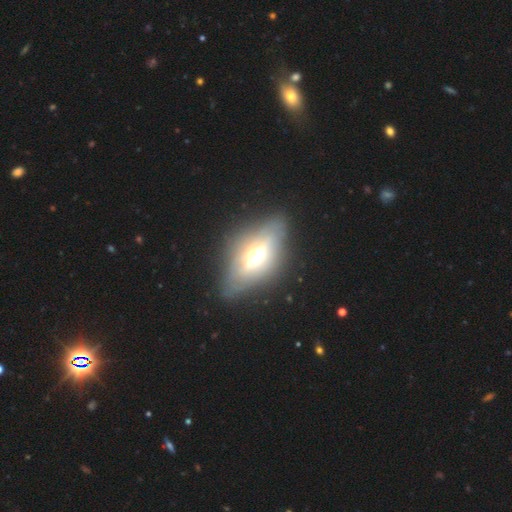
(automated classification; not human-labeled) smooth-or-featured: featured or disk: 60% | smooth: 29% | star or artifact: 11%
  disk-edge-on: yes: 62% | no: 38%
  merging: none: 73% | minor disturbance: 16% | major disturbance: 9% | merger: 2%